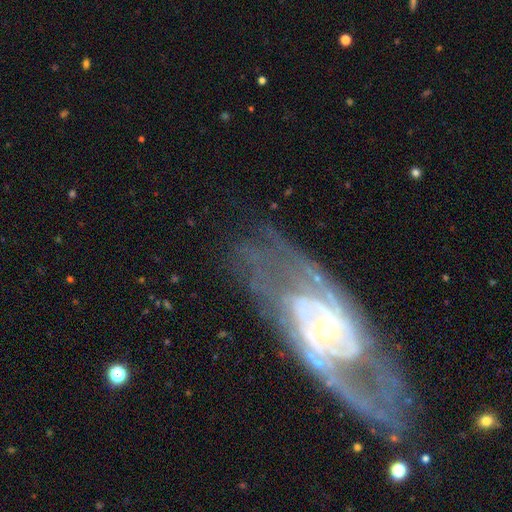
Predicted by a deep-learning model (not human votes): Smooth or featured? featured or disk (85%)
Edge-on disk? no (91%)
Bar? no (56%)
Spiral arms? yes (90%)
Spiral winding? tight (43%)
Spiral arm count? 2 (62%)
Bulge size? small (66%)
Merging? none (71%)